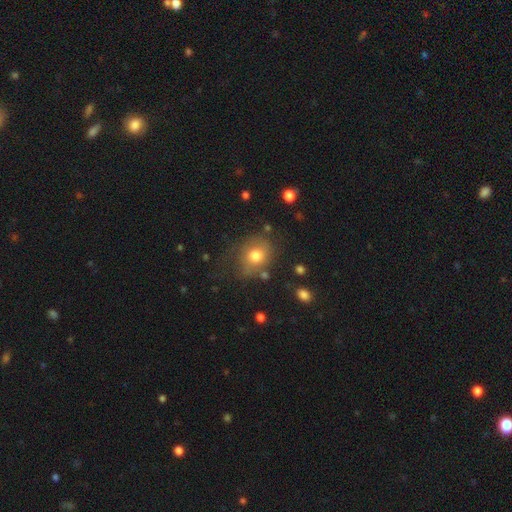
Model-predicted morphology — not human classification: The model was most divided on "how rounded": round: 56%, in between: 43%, cigar-shaped: 1%. More confident: smooth or featured — smooth (74%); merging — none (61%).